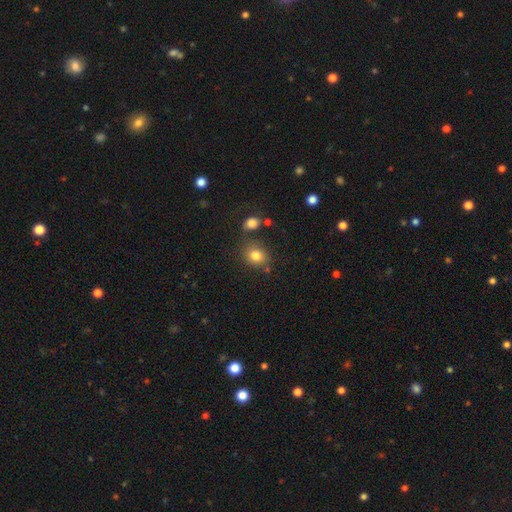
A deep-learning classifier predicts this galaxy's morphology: Overall: smooth (81%). How rounded: round (64%; in between 35%). Merging: none (72%).